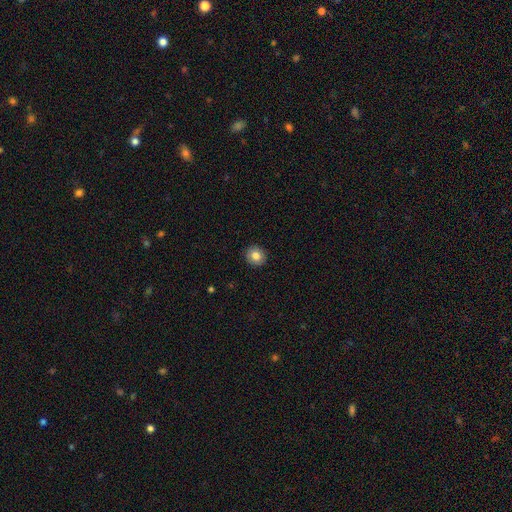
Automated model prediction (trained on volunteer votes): Q: Smooth or featured?
A: smooth (82%); runner-up: featured or disk (9%)
Q: How rounded?
A: round (89%); runner-up: in between (10%)
Q: Merging?
A: none (92%); runner-up: minor disturbance (6%)